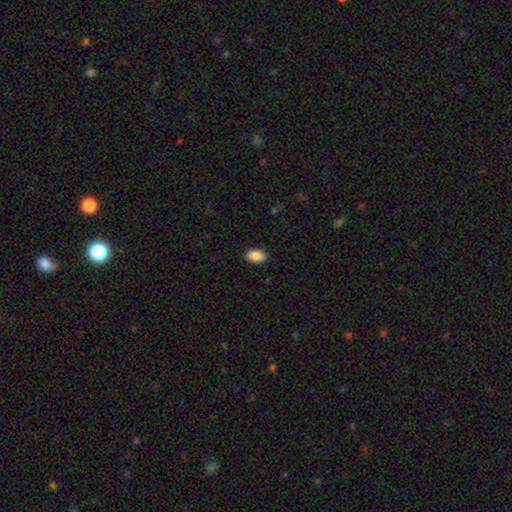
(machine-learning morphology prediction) Smooth or featured? Predicted: smooth (p=0.89). How rounded? Predicted: in between (p=0.92). Merging? Predicted: none (p=0.89).